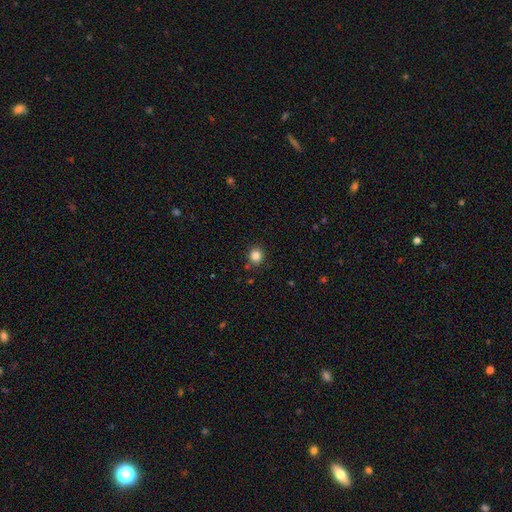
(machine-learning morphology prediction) smooth_or_featured: smooth (p=0.84) [alt: star or artifact p=0.12]
how_rounded: round (p=0.86) [alt: in between p=0.13]
merging: none (p=0.86) [alt: minor disturbance p=0.08]